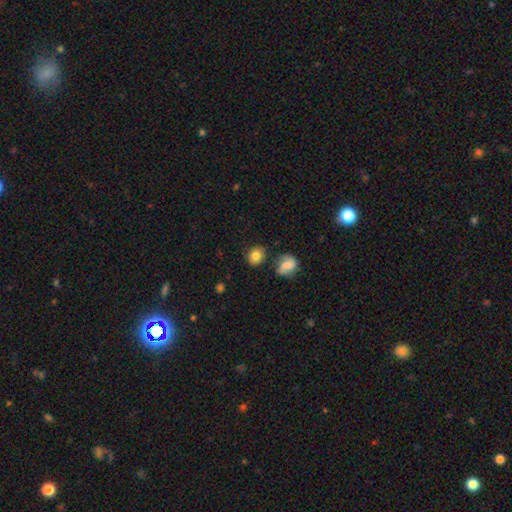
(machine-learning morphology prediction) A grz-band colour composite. It shows a smooth galaxy with no disk features (82%) that is round (67%). Merging: none (77%).